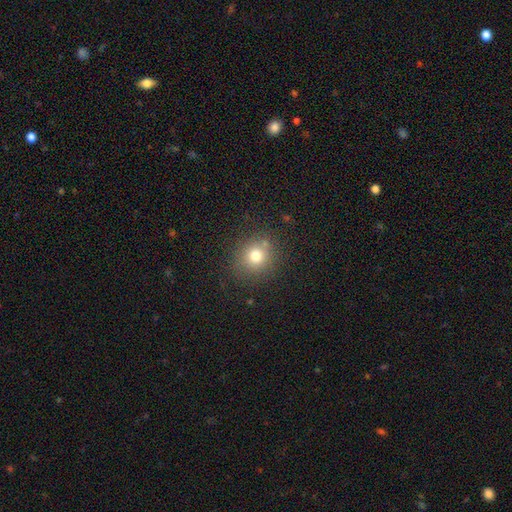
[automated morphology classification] smooth-or-featured: smooth: 75% | star or artifact: 15% | featured or disk: 10%
  how-rounded: round: 84% | in between: 15% | cigar-shaped: 1%
  merging: none: 81% | minor disturbance: 11% | merger: 5% | major disturbance: 4%